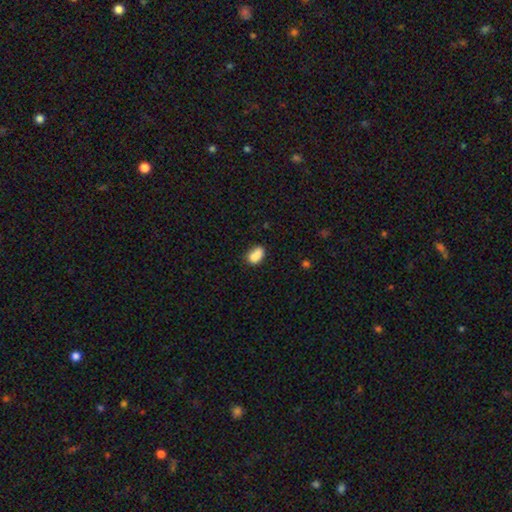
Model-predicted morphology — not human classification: Smooth or featured: smooth — 81% (featured or disk — 10%)
How rounded: in between — 81% (round — 16%)
Merging: none — 50% (merger — 22%)